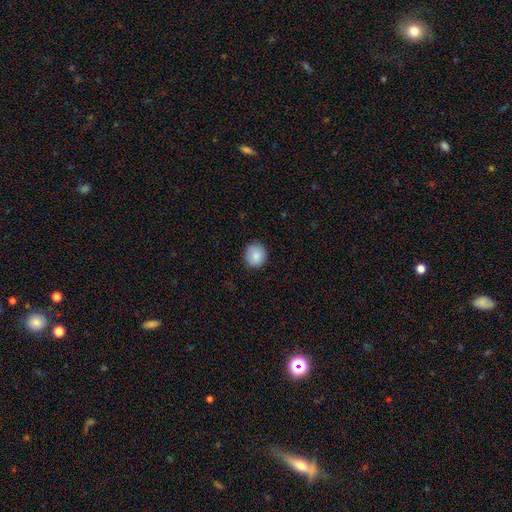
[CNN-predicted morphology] Smooth or featured? smooth (87%)
How rounded? round (90%)
Merging? none (89%)